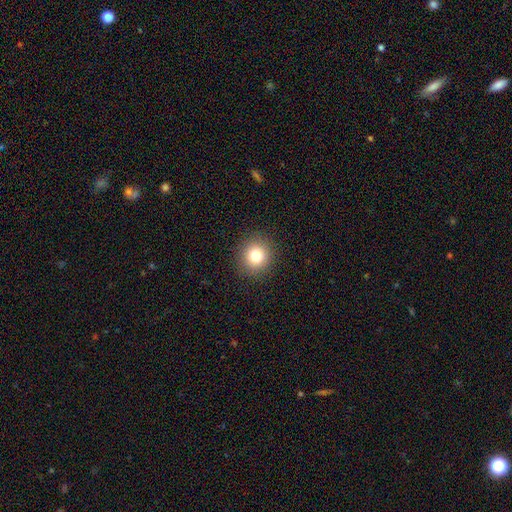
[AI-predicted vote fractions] The model was most divided on "smooth or featured": smooth: 81%, star or artifact: 12%, featured or disk: 8%. More confident: merging — none (91%); how rounded — round (88%).